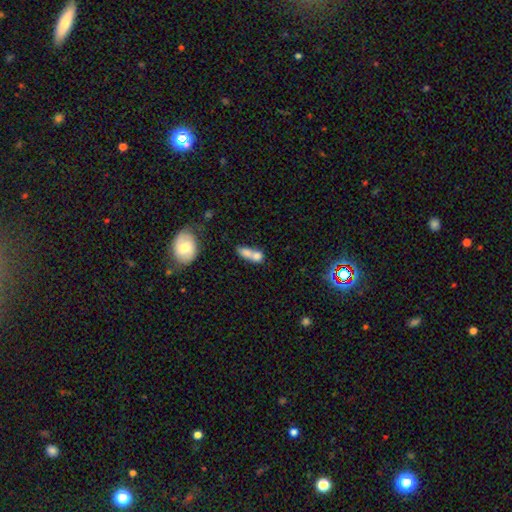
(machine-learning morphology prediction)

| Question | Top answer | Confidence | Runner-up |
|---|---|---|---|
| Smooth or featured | smooth | 71% | featured or disk (20%) |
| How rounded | in between | 58% | round (28%) |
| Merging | merger | 69% | none (18%) |